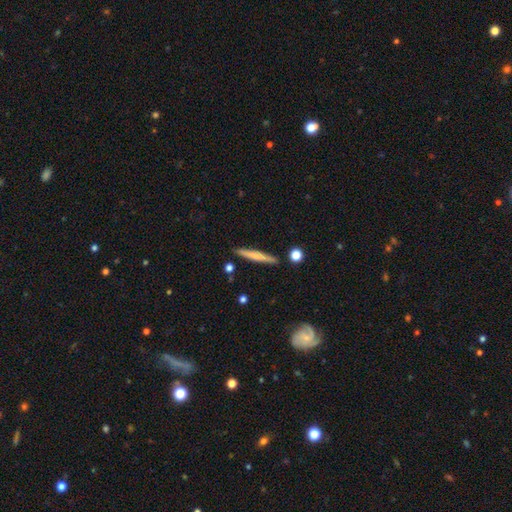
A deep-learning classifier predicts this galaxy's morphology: Q: Smooth or featured?
A: smooth (57%); runner-up: featured or disk (38%)
Q: How rounded?
A: cigar-shaped (95%); runner-up: in between (4%)
Q: Merging?
A: none (89%); runner-up: minor disturbance (7%)